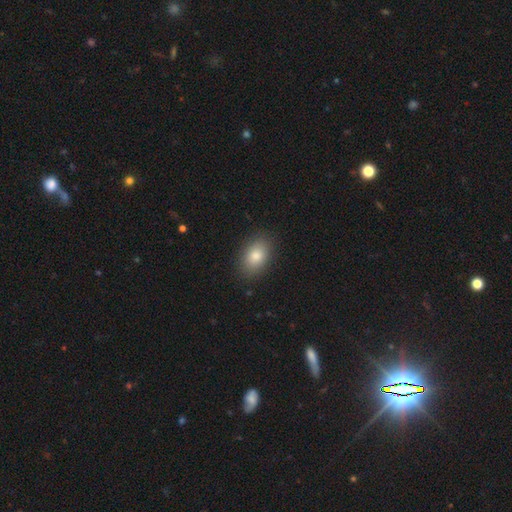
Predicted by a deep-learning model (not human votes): A smooth galaxy with no disk features (82%) that is in between round and cigar-shaped (85%). Merging: none (87%).